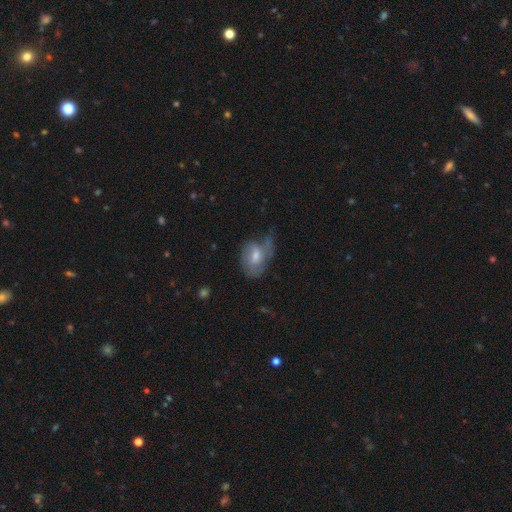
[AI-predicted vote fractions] This appears to be a smooth galaxy with no disk features (49%). Merging: minor disturbance (35%).